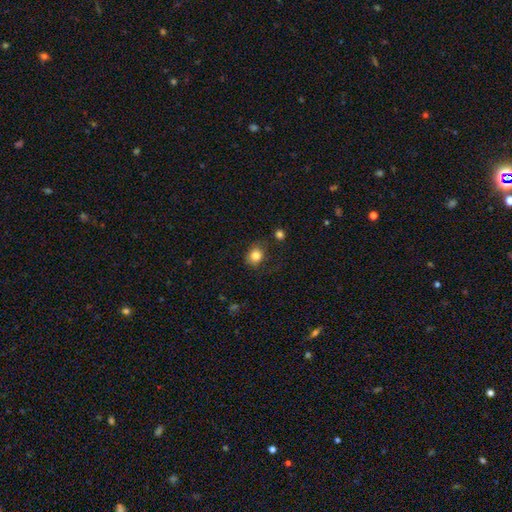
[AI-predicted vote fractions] Q: Smooth or featured?
A: smooth (83%); runner-up: star or artifact (11%)
Q: How rounded?
A: round (66%); runner-up: in between (34%)
Q: Merging?
A: none (78%); runner-up: minor disturbance (15%)